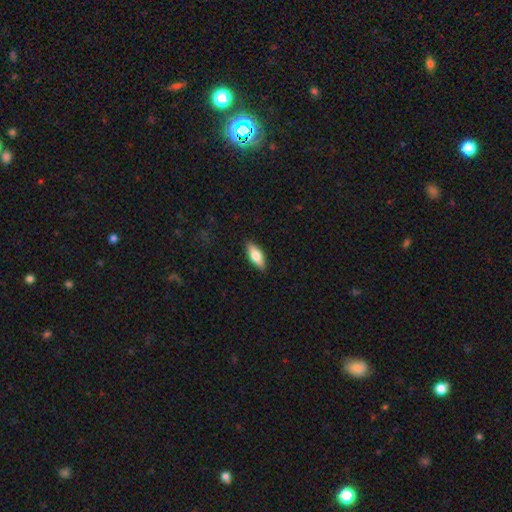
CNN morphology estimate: This appears to be a smooth galaxy with no disk features (70%) that is in between round and cigar-shaped (73%). Merging: none (88%).